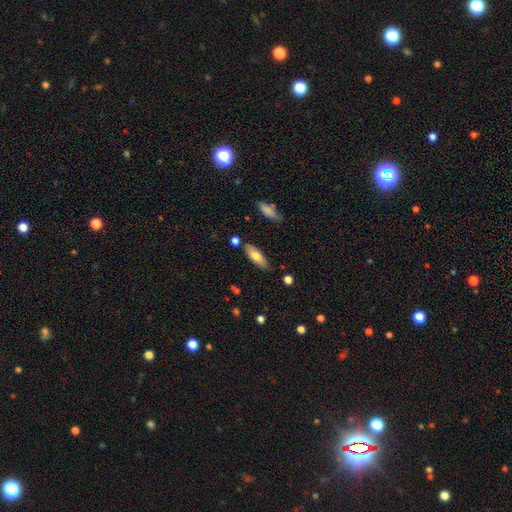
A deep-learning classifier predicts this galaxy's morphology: Smooth or featured: smooth — 73% (featured or disk — 21%)
How rounded: in between — 65% (cigar-shaped — 33%)
Merging: none — 79% (minor disturbance — 14%)